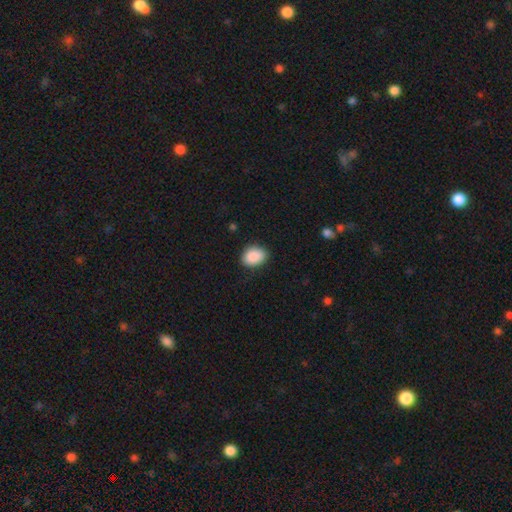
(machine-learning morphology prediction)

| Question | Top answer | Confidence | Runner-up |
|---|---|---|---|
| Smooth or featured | smooth | 90% | star or artifact (7%) |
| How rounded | in between | 75% | round (24%) |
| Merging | none | 85% | minor disturbance (11%) |